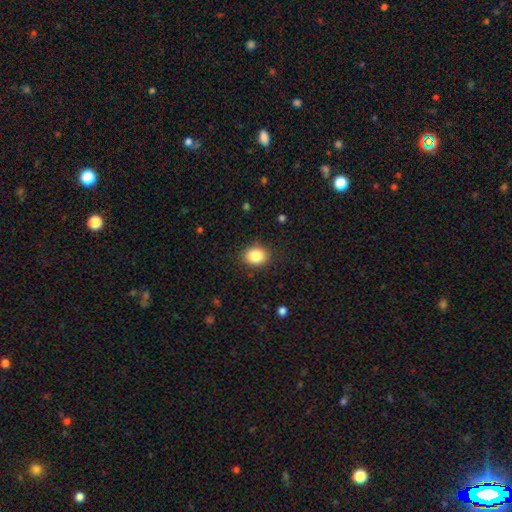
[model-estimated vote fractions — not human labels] This appears to be a smooth galaxy with no disk features (86%) that is in between round and cigar-shaped (52%). Merging: none (86%).